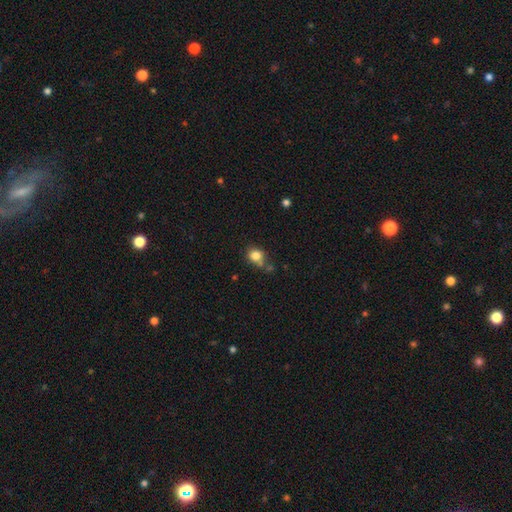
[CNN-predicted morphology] This appears to be a smooth galaxy with no disk features (81%) that is round (74%). Merging: none (57%).